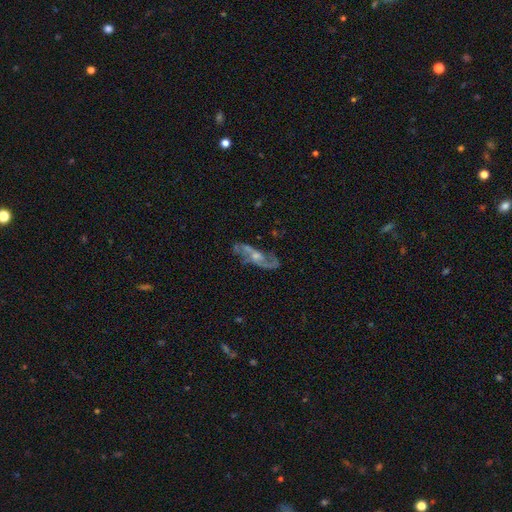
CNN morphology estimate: A featured or disk galaxy (82%) with no bar (53%), 2 (79%) medium (45%) spiral arms (93%) and a moderate central bulge (50%). Merging: none (73%).